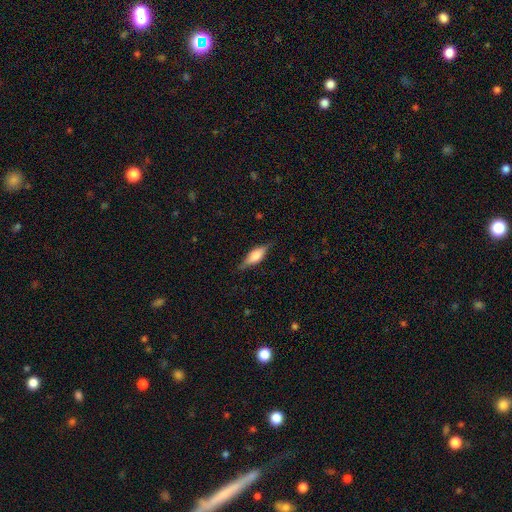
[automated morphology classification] smooth 51%, featured or disk 41%, star or artifact 7%. Down the decision tree: how rounded — in between (61%); merging — none (79%).